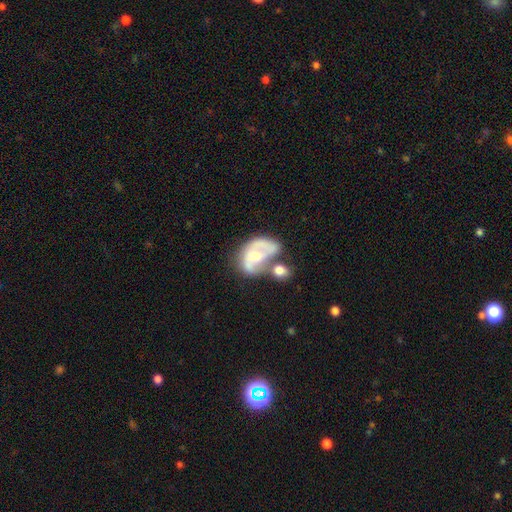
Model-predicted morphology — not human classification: A featured or disk galaxy (63%) with no bar (68%), spiral arms (62%) and a moderate central bulge (54%). Merging: merger (41%).